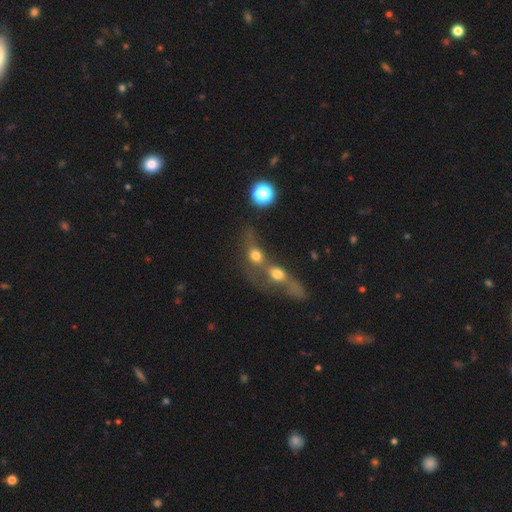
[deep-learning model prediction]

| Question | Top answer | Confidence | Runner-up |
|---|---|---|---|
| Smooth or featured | smooth | 59% | featured or disk (24%) |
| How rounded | round | 56% | in between (36%) |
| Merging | merger | 74% | none (14%) |